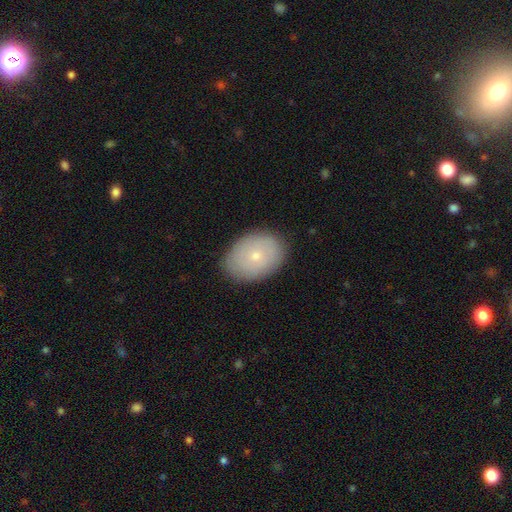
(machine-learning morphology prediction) This is likely a smooth galaxy (66%). How rounded: likely in between (74%). Merging: clearly none (84%).